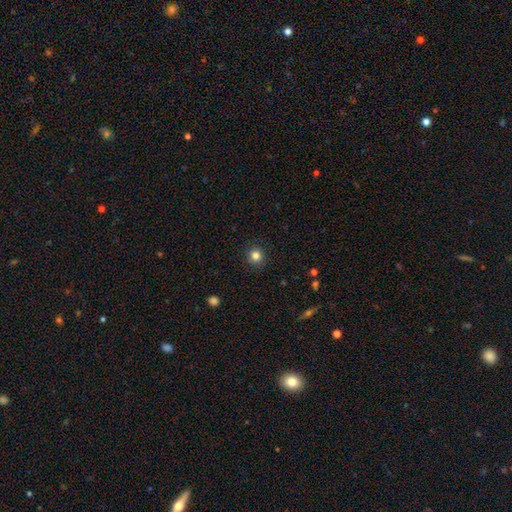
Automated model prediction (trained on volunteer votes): Overall: smooth (82%). How rounded: round (93%). Merging: none (91%).